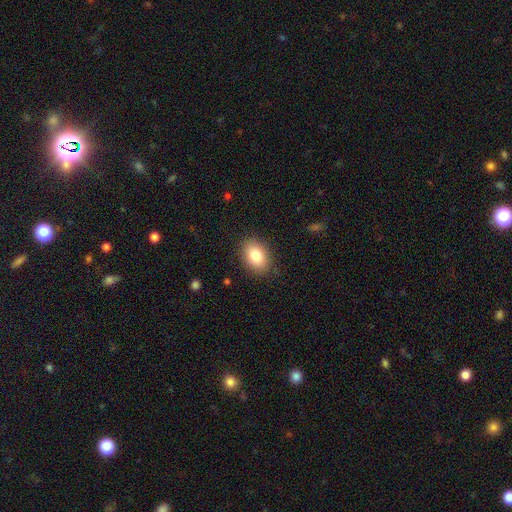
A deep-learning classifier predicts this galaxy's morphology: Overall: smooth (83%). How rounded: in between (81%). Merging: none (86%).